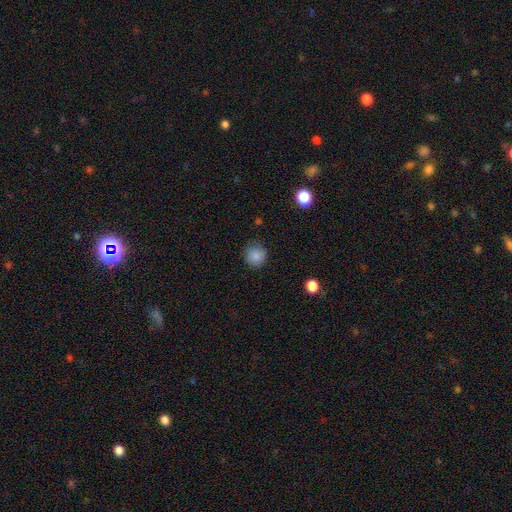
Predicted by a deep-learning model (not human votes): This is clearly a smooth galaxy (86%). How rounded: clearly round (92%). Merging: clearly none (85%).